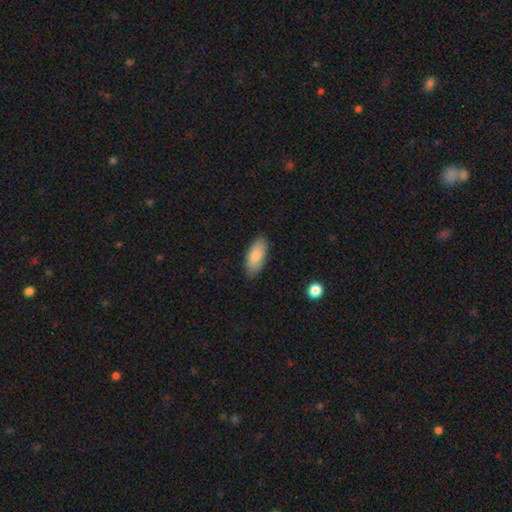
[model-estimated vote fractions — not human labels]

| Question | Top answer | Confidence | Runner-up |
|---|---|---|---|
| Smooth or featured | smooth | 84% | featured or disk (10%) |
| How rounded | in between | 89% | cigar-shaped (9%) |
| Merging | none | 85% | minor disturbance (12%) |